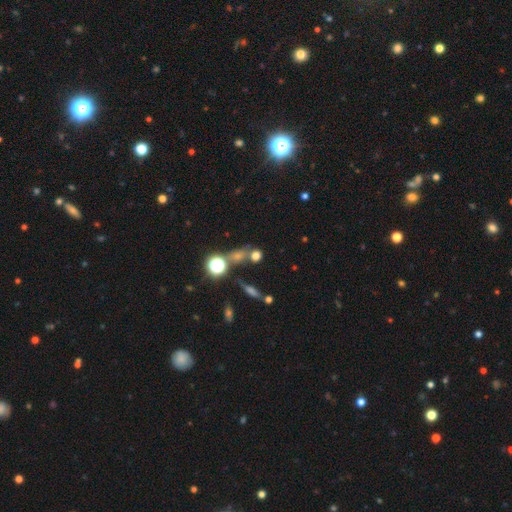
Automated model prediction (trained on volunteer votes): smooth-or-featured: smooth: 60% | star or artifact: 29% | featured or disk: 11%
  how-rounded: round: 67% | in between: 27% | cigar-shaped: 6%
  merging: none: 56% | merger: 27% | minor disturbance: 11% | major disturbance: 6%